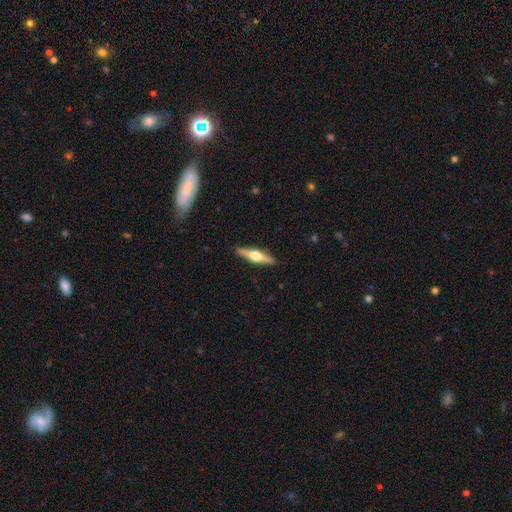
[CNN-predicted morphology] featured or disk 72%, smooth 22%, star or artifact 5%. Down the decision tree: edge-on disk — yes (97%); edge-on bulge — rounded (95%); merging — none (91%).